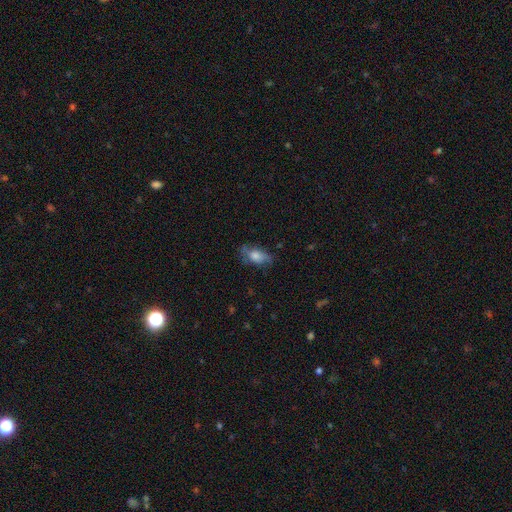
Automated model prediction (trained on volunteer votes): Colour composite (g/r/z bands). It shows a smooth galaxy with no disk features (56%) that is in between round and cigar-shaped (82%). Merging: none (62%).